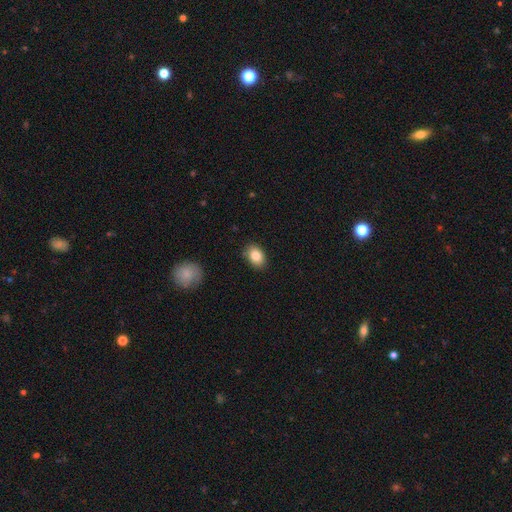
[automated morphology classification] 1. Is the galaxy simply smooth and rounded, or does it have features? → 84% smooth, 8% star or artifact, 8% featured or disk.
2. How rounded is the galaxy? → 82% in between, 17% round, 1% cigar-shaped.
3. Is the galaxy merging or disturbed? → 86% none, 10% minor disturbance, 2% major disturbance, 1% merger.